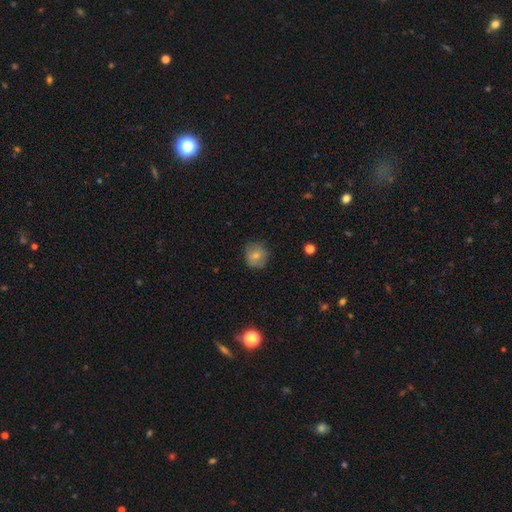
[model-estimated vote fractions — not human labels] smooth-or-featured: smooth: 76% | featured or disk: 15% | star or artifact: 9%
  how-rounded: round: 84% | in between: 15% | cigar-shaped: 1%
  merging: none: 78% | minor disturbance: 17% | major disturbance: 4% | merger: 1%